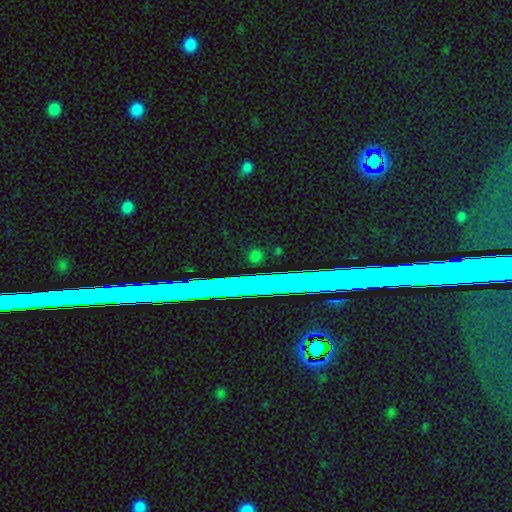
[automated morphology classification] star or artifact 53%, smooth 35%, featured or disk 12%.